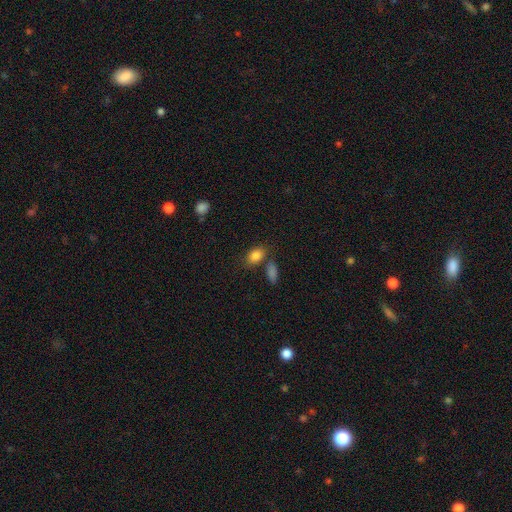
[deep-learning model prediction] The model was most divided on "merging": none: 66%, merger: 16%, minor disturbance: 13%, major disturbance: 4%. More confident: smooth or featured — smooth (84%); how rounded — in between (80%).